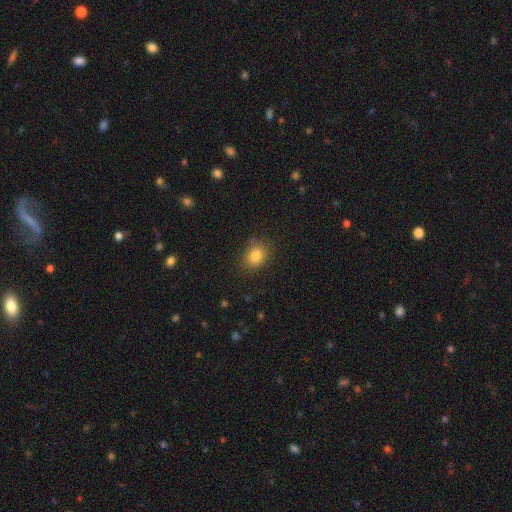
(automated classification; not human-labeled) Smooth or featured? Predicted: smooth (p=0.82). How rounded? Predicted: round (p=0.53). Merging? Predicted: none (p=0.80).